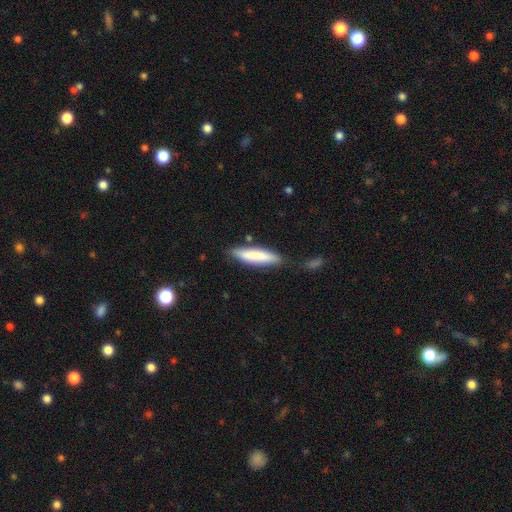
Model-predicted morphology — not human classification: type=smooth (79%); roundness=cigar-shaped (78%); merging=none (75%).